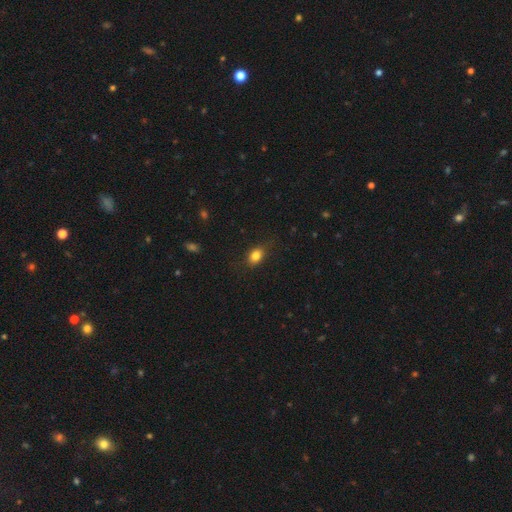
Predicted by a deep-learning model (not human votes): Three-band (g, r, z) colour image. It shows a smooth galaxy with no disk features (82%) that is in between round and cigar-shaped (66%). Merging: none (77%).